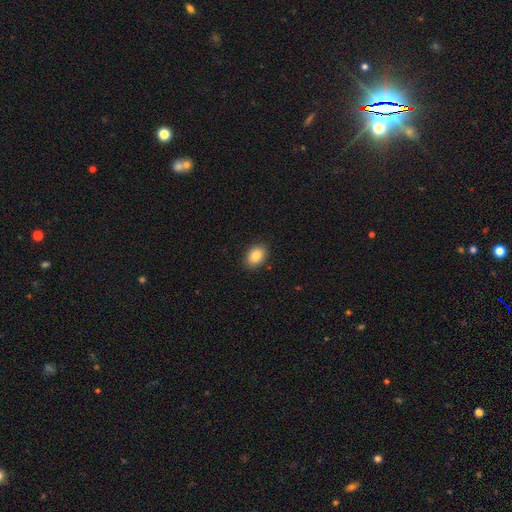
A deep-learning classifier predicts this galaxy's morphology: This is clearly a smooth galaxy (85%). How rounded: likely in between (79%). Merging: clearly none (88%).